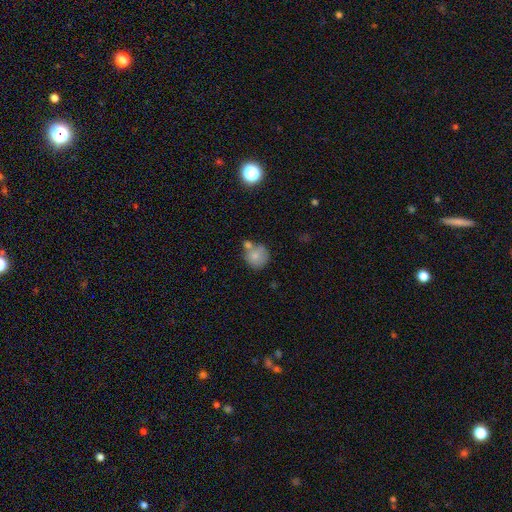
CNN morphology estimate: Smooth or featured? Predicted: smooth (p=0.79). How rounded? Predicted: round (p=0.88). Merging? Predicted: none (p=0.53).